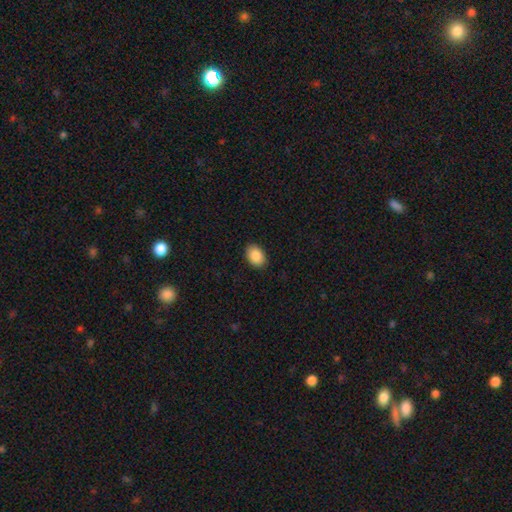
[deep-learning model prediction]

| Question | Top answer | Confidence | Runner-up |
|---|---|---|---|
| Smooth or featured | smooth | 87% | star or artifact (7%) |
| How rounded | in between | 81% | round (18%) |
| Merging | none | 90% | minor disturbance (7%) |